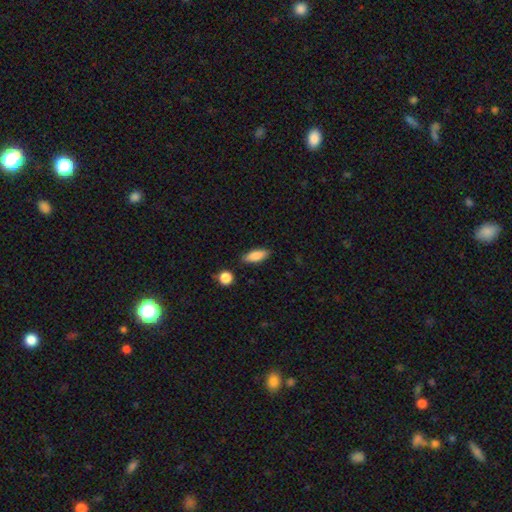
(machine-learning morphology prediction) This appears to be a smooth galaxy with no disk features (85%) that is in between round and cigar-shaped (74%). Merging: none (84%).